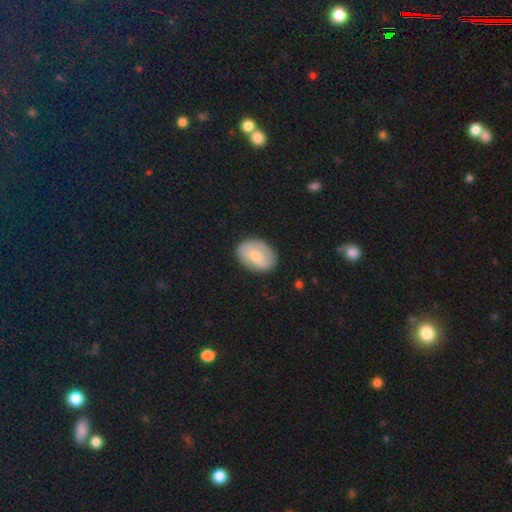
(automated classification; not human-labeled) smooth-or-featured: smooth: 57% | featured or disk: 37% | star or artifact: 6%
  how-rounded: in between: 75% | round: 24% | cigar-shaped: 1%
  merging: none: 80% | minor disturbance: 15% | major disturbance: 4% | merger: 1%